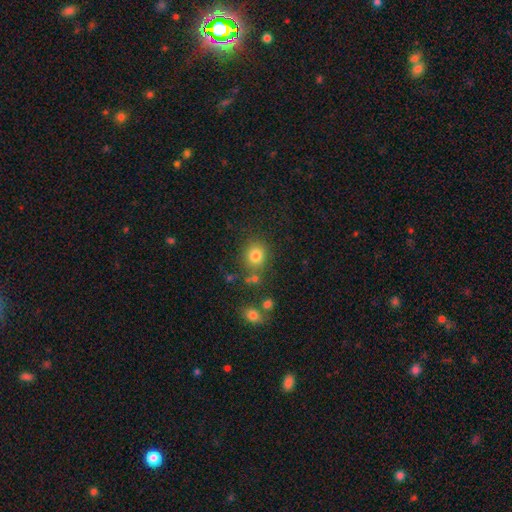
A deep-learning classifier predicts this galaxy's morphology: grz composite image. It shows a smooth galaxy with no disk features (81%) that is round (83%). Merging: none (76%).